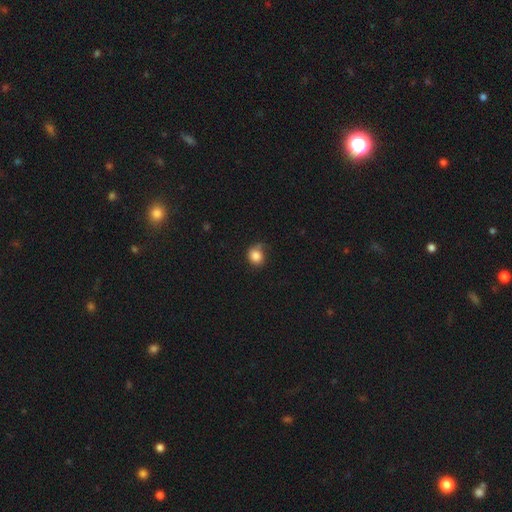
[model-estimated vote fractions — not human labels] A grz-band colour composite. It shows a smooth galaxy with no disk features (82%) that is round (76%). Merging: none (55%).